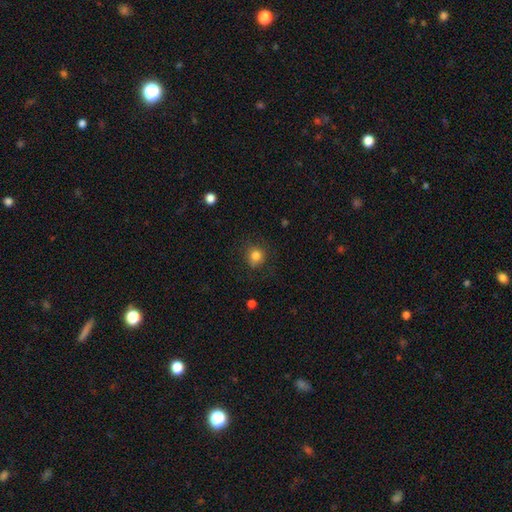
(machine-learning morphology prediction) smooth_or_featured: smooth (p=0.82) [alt: star or artifact p=0.12]
how_rounded: round (p=0.84) [alt: in between p=0.15]
merging: none (p=0.80) [alt: minor disturbance p=0.14]